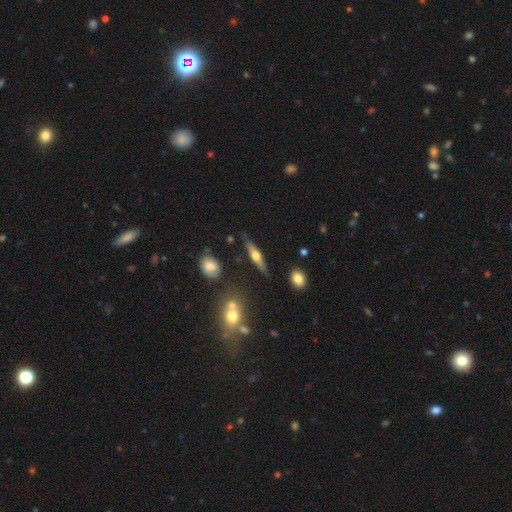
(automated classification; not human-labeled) Smooth or featured? Predicted: featured or disk (p=0.62). Edge-on disk? Predicted: yes (p=0.94). Edge-on bulge? Predicted: rounded (p=0.94). Merging? Predicted: none (p=0.82).